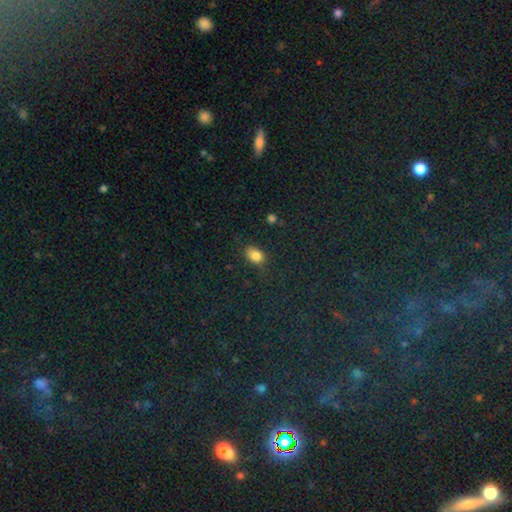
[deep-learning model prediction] smooth 82%, star or artifact 11%, featured or disk 6%. Down the decision tree: how rounded — in between (78%); merging — none (73%).